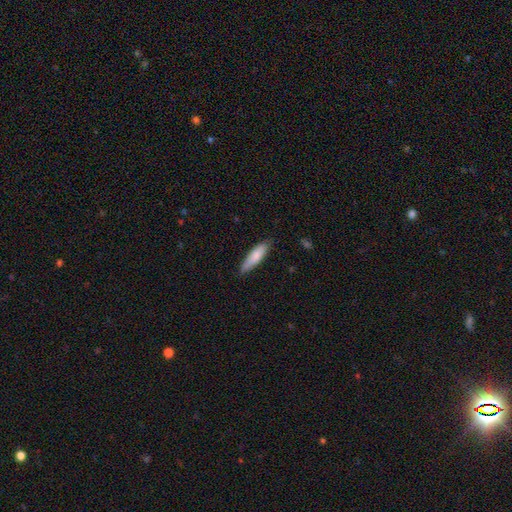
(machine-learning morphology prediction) smooth-or-featured: smooth: 80% | featured or disk: 15% | star or artifact: 5%
  how-rounded: cigar-shaped: 68% | in between: 31% | round: 1%
  merging: none: 78% | minor disturbance: 19% | major disturbance: 2% | merger: 1%